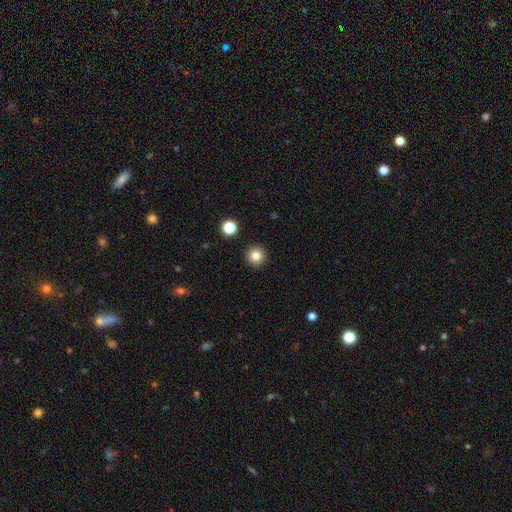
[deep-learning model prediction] This is clearly a smooth galaxy (83%). How rounded: clearly round (96%). Merging: clearly none (93%).